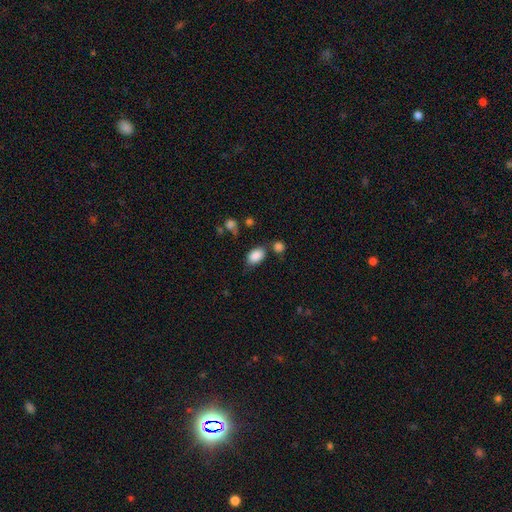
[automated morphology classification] Smooth or featured?
  - smooth: 87% *
  - star or artifact: 8%
  - featured or disk: 4%
How rounded?
  - in between: 86% *
  - round: 12%
  - cigar-shaped: 1%
Merging?
  - none: 65% *
  - minor disturbance: 19%
  - merger: 11%
  - major disturbance: 6%